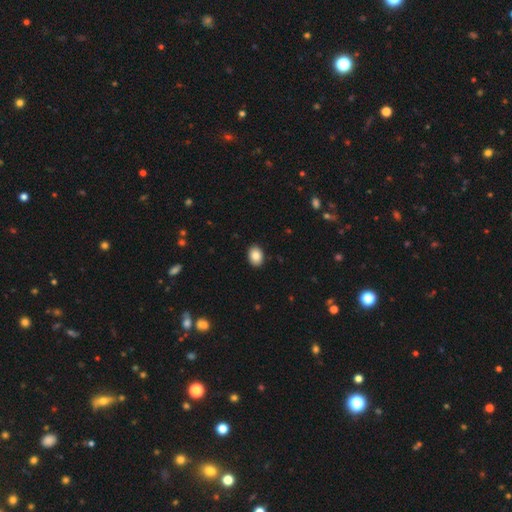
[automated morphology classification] Smooth or featured: smooth — 87% (star or artifact — 8%)
How rounded: in between — 75% (round — 24%)
Merging: none — 91% (minor disturbance — 7%)